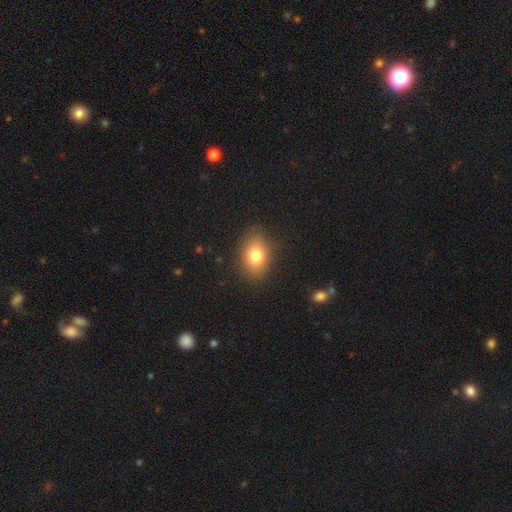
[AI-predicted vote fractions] This is likely a smooth galaxy (78%). How rounded: likely in between (76%). Merging: clearly none (84%).